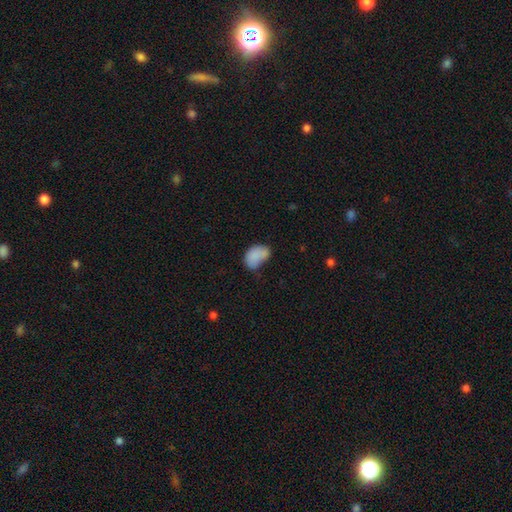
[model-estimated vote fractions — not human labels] smooth 83%, star or artifact 9%, featured or disk 8%. Down the decision tree: how rounded — in between (86%); merging — none (39%).